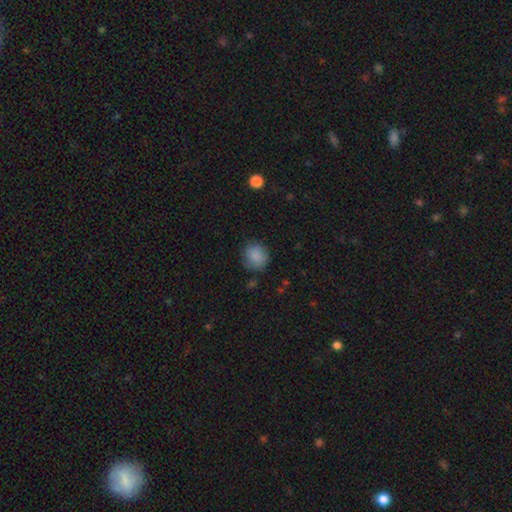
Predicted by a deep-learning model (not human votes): smooth_or_featured: smooth (p=0.87) [alt: star or artifact p=0.08]
how_rounded: round (p=0.84) [alt: in between p=0.15]
merging: none (p=0.80) [alt: minor disturbance p=0.15]